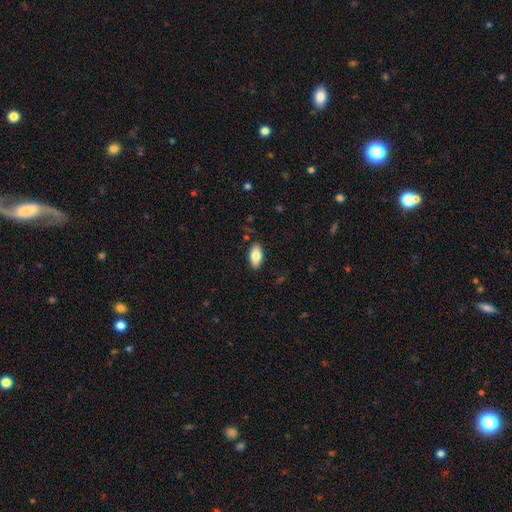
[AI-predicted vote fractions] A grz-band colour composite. It shows a smooth galaxy with no disk features (81%) that is in between round and cigar-shaped (88%). Merging: none (87%).